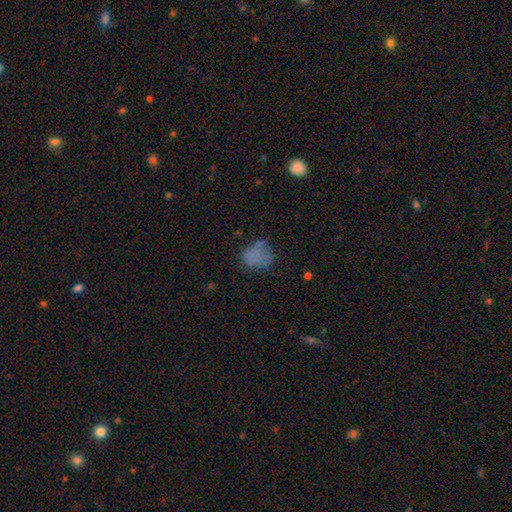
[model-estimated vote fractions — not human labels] Smooth or featured?
  - smooth: 68% *
  - star or artifact: 16%
  - featured or disk: 16%
How rounded?
  - round: 58% *
  - in between: 40%
  - cigar-shaped: 1%
Merging?
  - none: 52% *
  - minor disturbance: 26%
  - major disturbance: 18%
  - merger: 4%